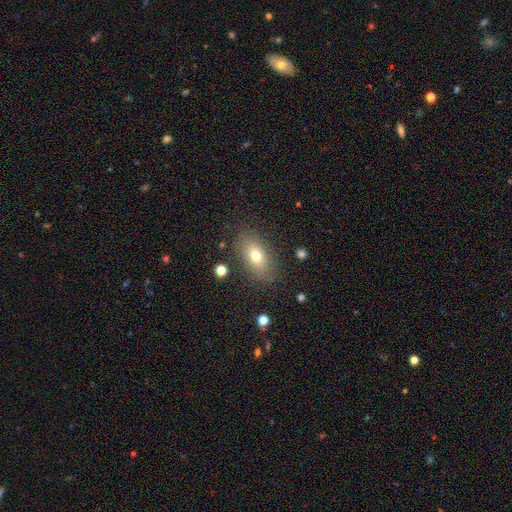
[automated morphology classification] Smooth or featured? smooth (70%)
How rounded? in between (85%)
Merging? none (82%)